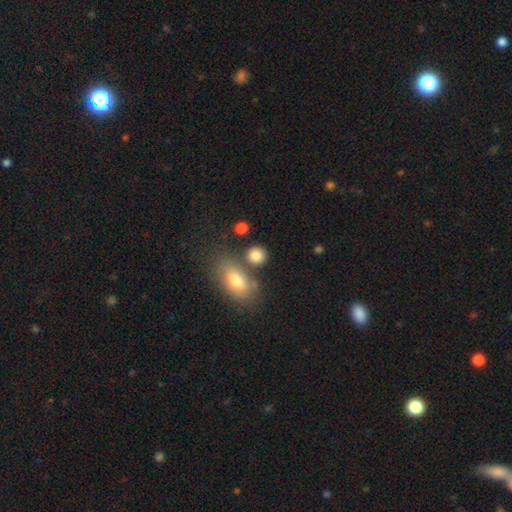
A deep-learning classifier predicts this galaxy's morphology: A smooth galaxy with no disk features (83%) that is round (74%).

Vote fractions:
- Smooth or featured? smooth: 83% / star or artifact: 9% / featured or disk: 8%
- How rounded? round: 74% / in between: 24% / cigar-shaped: 2%
- Merging? none: 71% / merger: 14% / minor disturbance: 11% / major disturbance: 4%